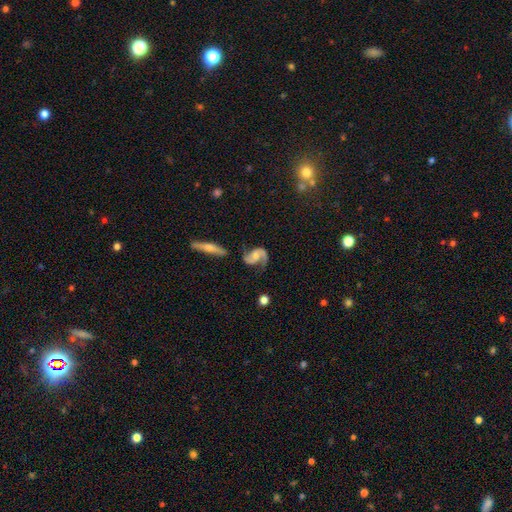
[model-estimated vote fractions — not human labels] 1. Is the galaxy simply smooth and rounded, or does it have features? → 88% featured or disk, 7% smooth, 5% star or artifact.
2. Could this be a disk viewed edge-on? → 97% no, 3% yes.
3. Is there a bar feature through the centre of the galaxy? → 54% no, 35% weak, 11% strong.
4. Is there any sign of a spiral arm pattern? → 97% yes, 3% no.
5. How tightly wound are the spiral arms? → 50% medium, 37% loose, 14% tight.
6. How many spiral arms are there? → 91% 2, 4% 1, 2% can't tell, 1% 3, 1% 4, 1% more than 4.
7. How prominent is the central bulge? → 36% small, 32% moderate, 24% none, 7% large, 2% dominant.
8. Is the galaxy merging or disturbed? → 66% none, 18% minor disturbance, 11% major disturbance, 6% merger.